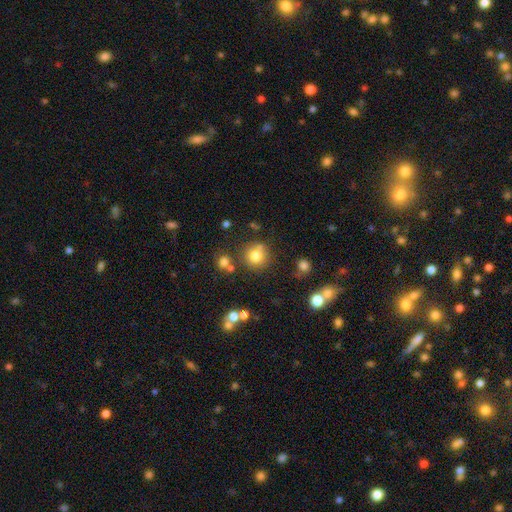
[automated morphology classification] This appears to be a smooth galaxy with no disk features (78%) that is round (92%). Merging: none (74%).